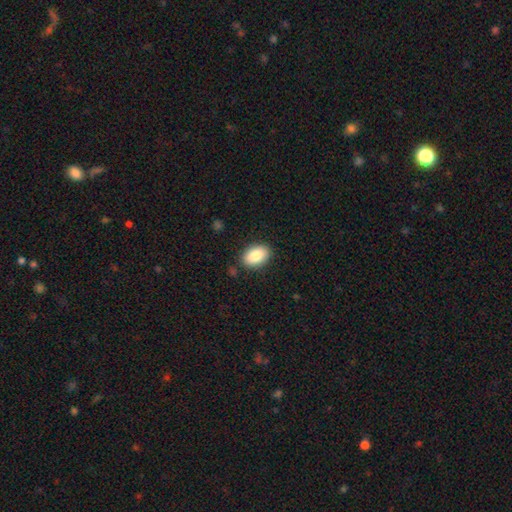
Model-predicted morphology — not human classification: Q: Smooth or featured?
A: smooth (86%); runner-up: featured or disk (7%)
Q: How rounded?
A: in between (89%); runner-up: round (10%)
Q: Merging?
A: none (87%); runner-up: minor disturbance (9%)